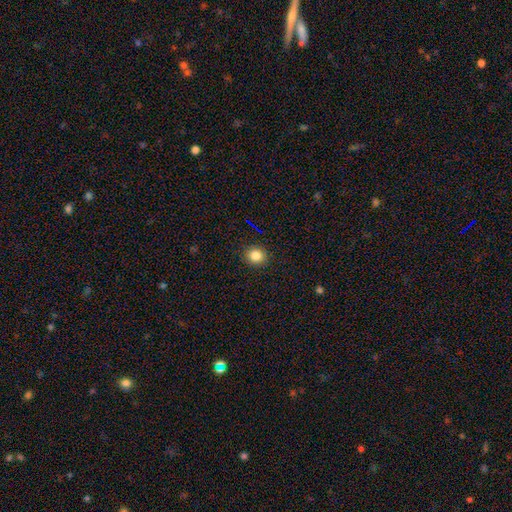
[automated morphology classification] Smooth or featured?
  - smooth: 83% *
  - star or artifact: 12%
  - featured or disk: 5%
How rounded?
  - round: 85% *
  - in between: 14%
  - cigar-shaped: 1%
Merging?
  - none: 91% *
  - minor disturbance: 6%
  - major disturbance: 2%
  - merger: 1%